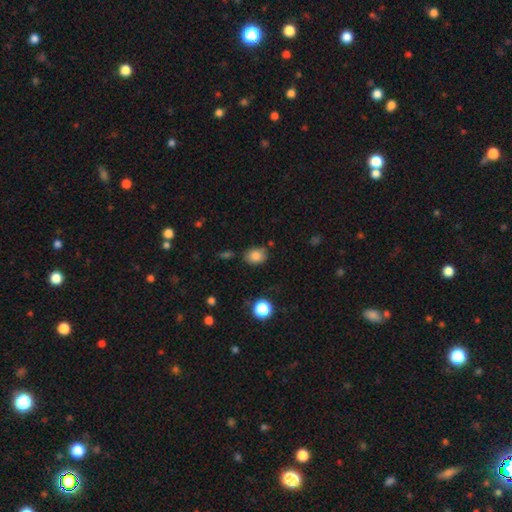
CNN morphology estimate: Smooth or featured: smooth — 83% (star or artifact — 10%)
How rounded: in between — 52% (round — 47%)
Merging: none — 76% (minor disturbance — 16%)